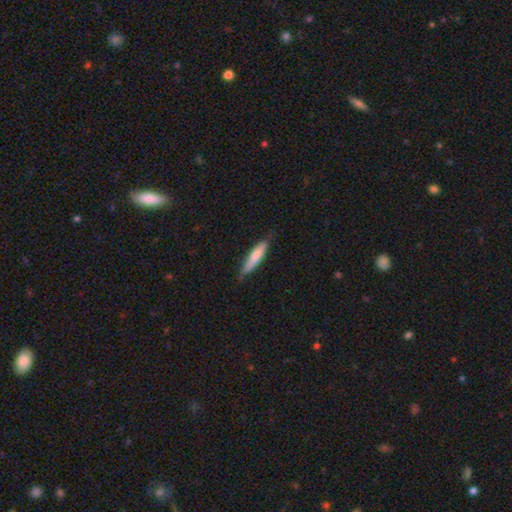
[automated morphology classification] Overall: smooth (73%). How rounded: cigar-shaped (80%). Merging: none (73%).